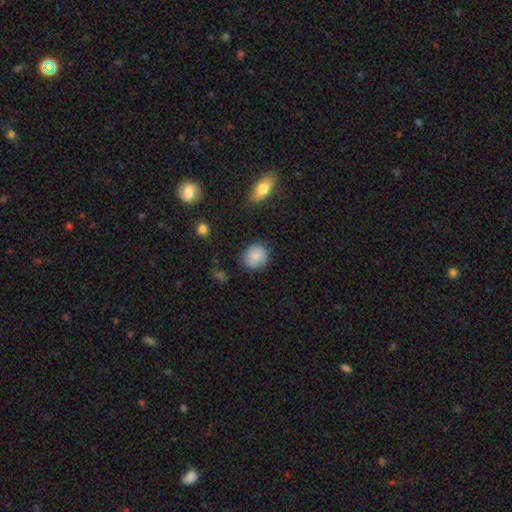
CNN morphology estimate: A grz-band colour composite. It shows a smooth galaxy with no disk features (86%) that is round (77%). Merging: none (79%).